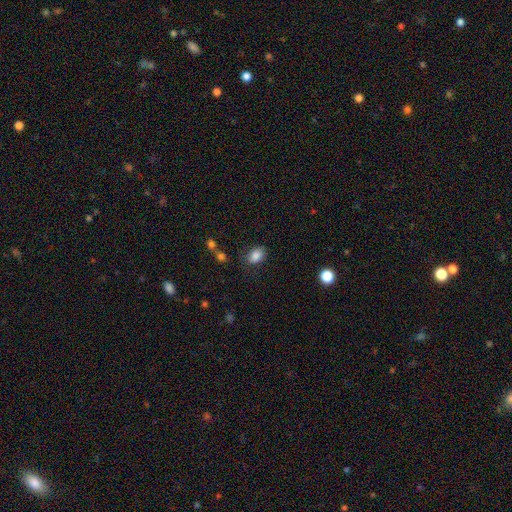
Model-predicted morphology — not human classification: Smooth or featured?
  - smooth: 86% *
  - star or artifact: 9%
  - featured or disk: 5%
How rounded?
  - in between: 80% *
  - round: 19%
  - cigar-shaped: 1%
Merging?
  - none: 76% *
  - minor disturbance: 16%
  - major disturbance: 5%
  - merger: 3%